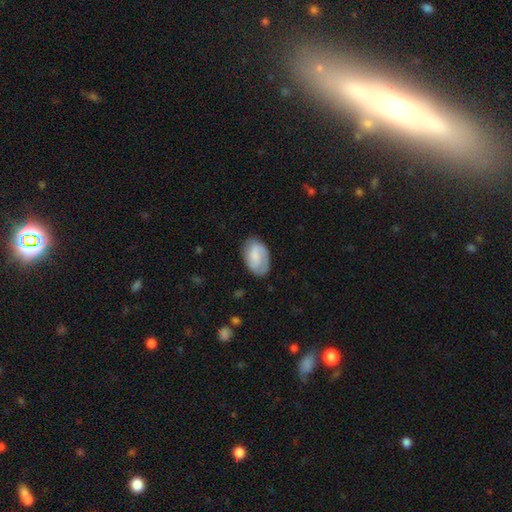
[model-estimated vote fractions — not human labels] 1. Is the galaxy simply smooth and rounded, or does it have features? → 56% smooth, 37% featured or disk, 6% star or artifact.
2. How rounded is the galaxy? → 91% in between, 8% round, 1% cigar-shaped.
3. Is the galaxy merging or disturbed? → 71% none, 21% minor disturbance, 7% major disturbance, 1% merger.